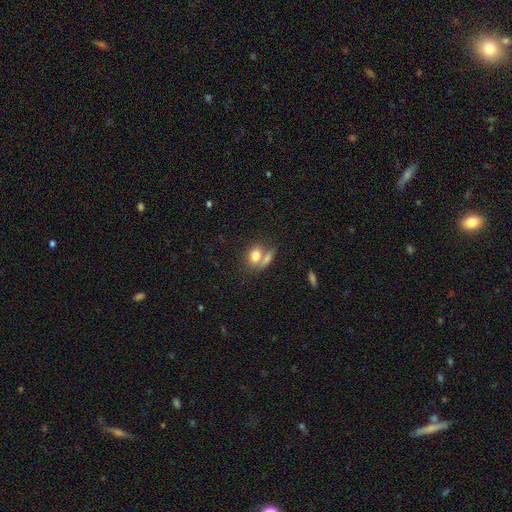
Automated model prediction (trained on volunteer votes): Smooth or featured? smooth (78%)
How rounded? in between (67%)
Merging? merger (47%)